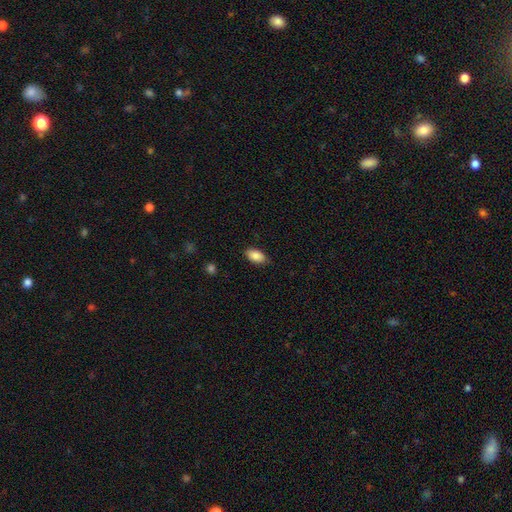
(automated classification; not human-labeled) Smooth or featured?
  - smooth: 88% *
  - star or artifact: 7%
  - featured or disk: 5%
How rounded?
  - in between: 93% *
  - round: 4%
  - cigar-shaped: 3%
Merging?
  - none: 83% *
  - minor disturbance: 13%
  - major disturbance: 2%
  - merger: 1%